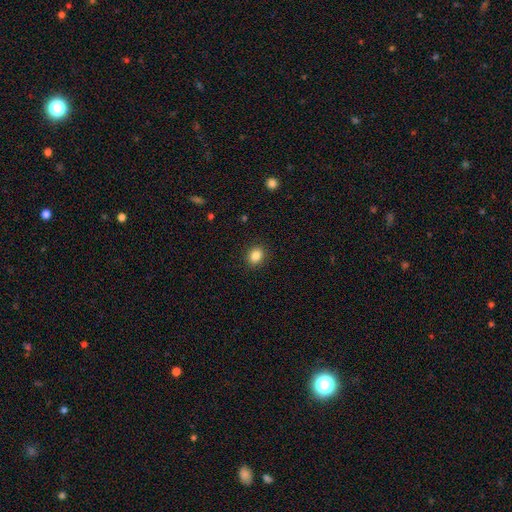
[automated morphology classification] type=smooth (85%); roundness=round (60%); merging=none (90%).